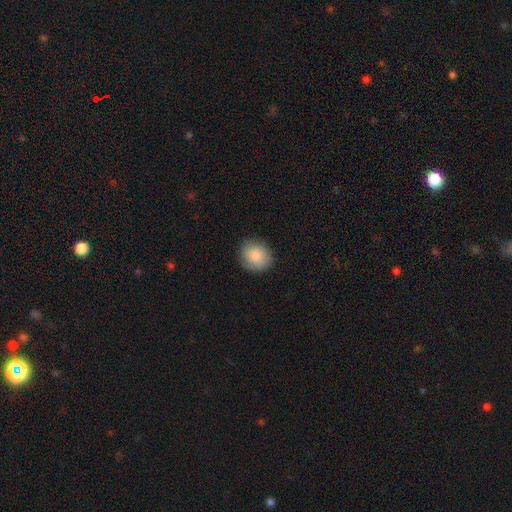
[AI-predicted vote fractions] A smooth galaxy with no disk features (84%) that is round (68%).

Vote fractions:
- Smooth or featured? smooth: 84% / featured or disk: 10% / star or artifact: 6%
- How rounded? round: 68% / in between: 31% / cigar-shaped: 1%
- Merging? none: 83% / minor disturbance: 13% / major disturbance: 3% / merger: 1%